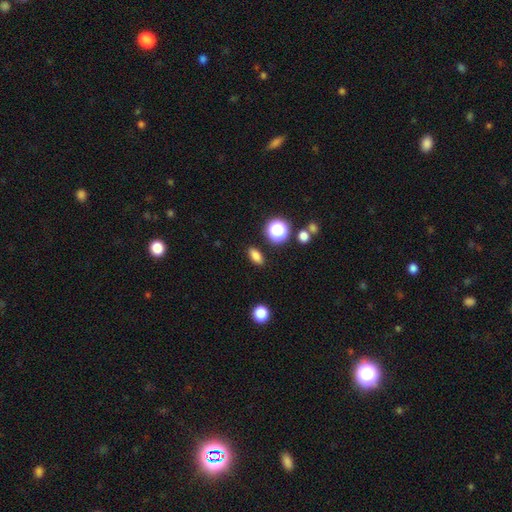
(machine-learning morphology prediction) Q: Smooth or featured?
A: smooth (81%); runner-up: star or artifact (13%)
Q: How rounded?
A: in between (79%); runner-up: round (13%)
Q: Merging?
A: none (88%); runner-up: minor disturbance (8%)